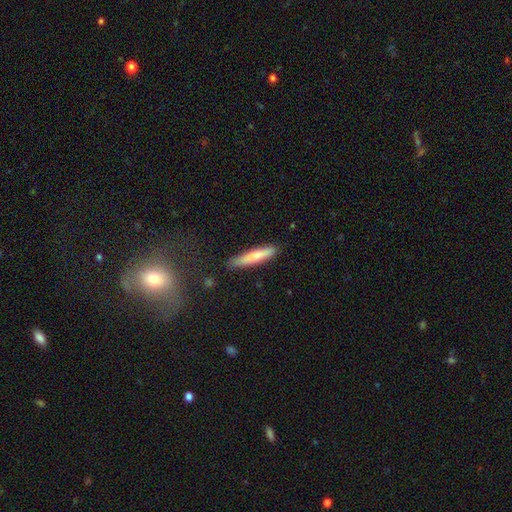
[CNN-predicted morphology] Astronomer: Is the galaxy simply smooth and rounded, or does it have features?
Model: smooth — 74%.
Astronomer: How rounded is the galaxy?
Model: cigar-shaped — 91%.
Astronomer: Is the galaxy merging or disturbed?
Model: none — 85%.